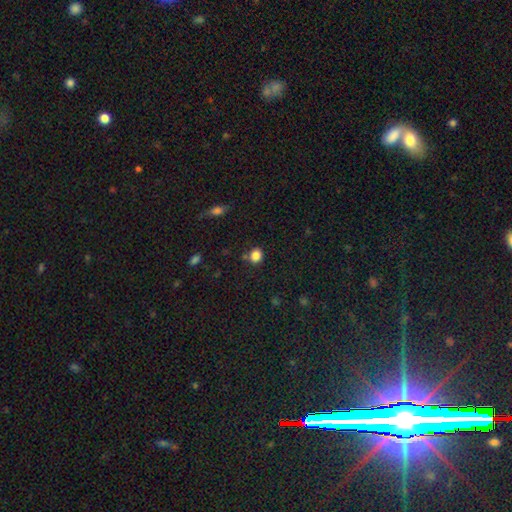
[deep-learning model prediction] Smooth or featured? Predicted: smooth (p=0.84). How rounded? Predicted: round (p=0.73). Merging? Predicted: none (p=0.75).